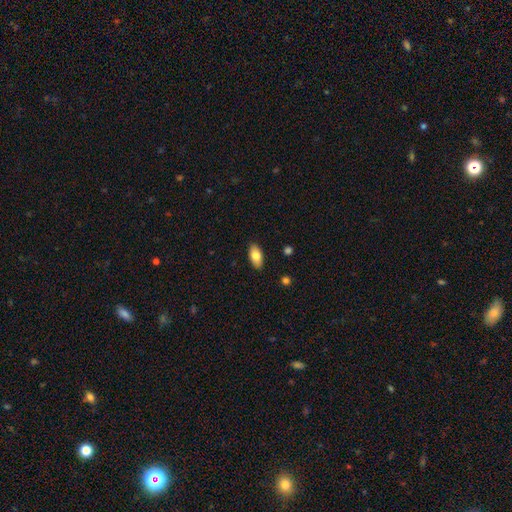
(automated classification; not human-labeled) The model was most divided on "smooth or featured": smooth: 80%, featured or disk: 13%, star or artifact: 7%. More confident: how rounded — in between (92%); merging — none (88%).